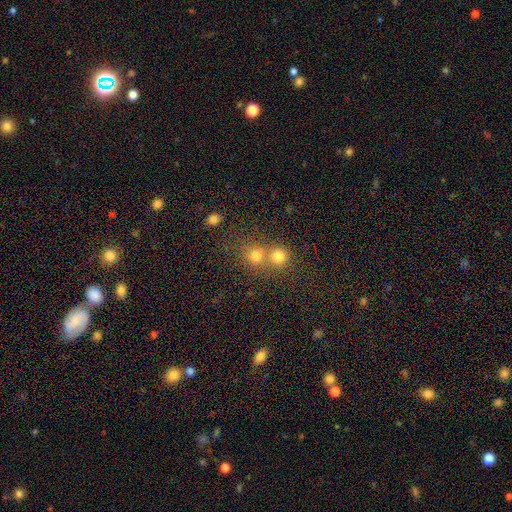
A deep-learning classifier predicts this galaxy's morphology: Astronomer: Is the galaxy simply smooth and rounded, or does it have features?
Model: smooth — 75%.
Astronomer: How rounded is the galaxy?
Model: round — 84%.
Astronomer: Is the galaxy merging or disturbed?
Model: merger — 50% (runner-up: none, 41%).